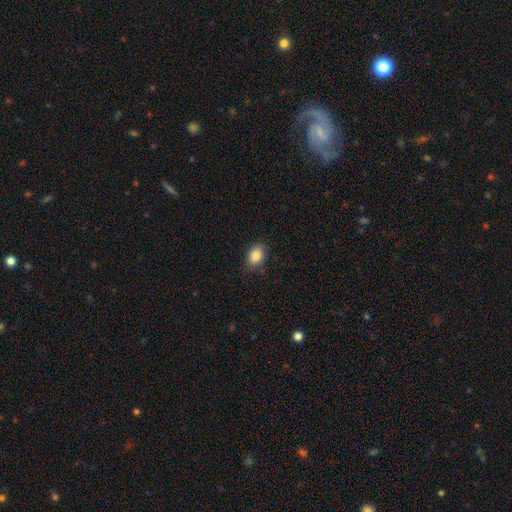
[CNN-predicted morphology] This is clearly a smooth galaxy (86%). How rounded: likely in between (76%). Merging: clearly none (82%).